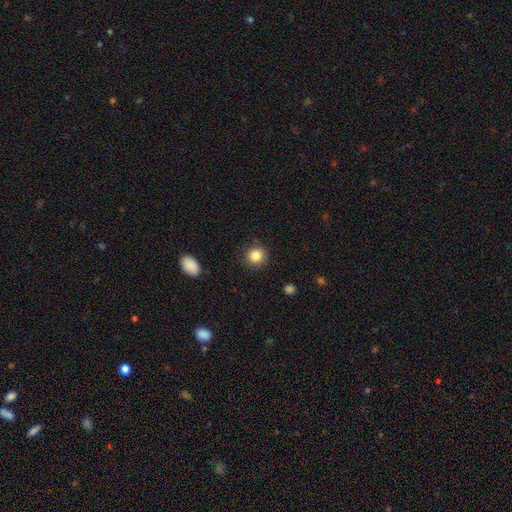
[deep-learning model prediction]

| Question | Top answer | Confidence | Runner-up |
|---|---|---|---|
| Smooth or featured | smooth | 85% | star or artifact (9%) |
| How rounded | round | 90% | in between (9%) |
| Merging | none | 88% | minor disturbance (8%) |